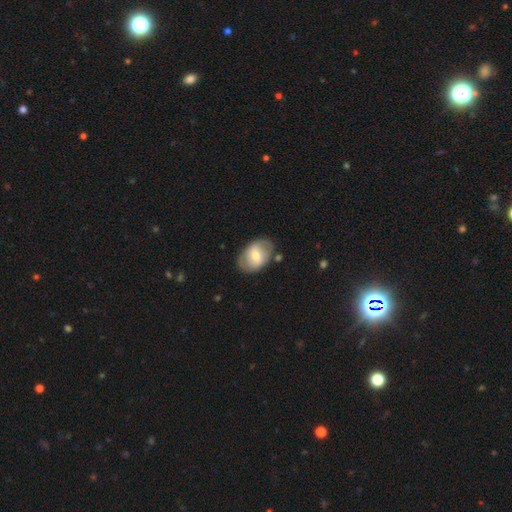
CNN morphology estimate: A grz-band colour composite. It shows a smooth galaxy with no disk features (52%) that is in between round and cigar-shaped (81%). Merging: none (76%).